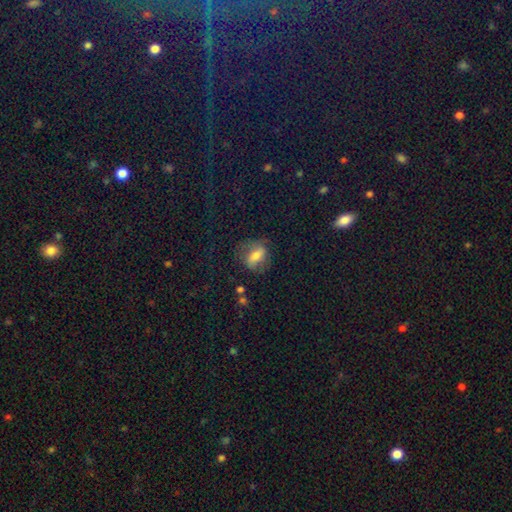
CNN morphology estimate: This is possibly a smooth galaxy (57%). How rounded: likely in between (70%). Merging: likely none (66%).